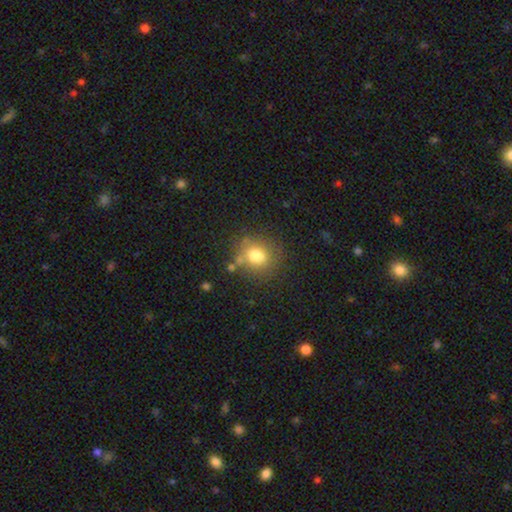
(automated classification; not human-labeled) smooth_or_featured: smooth (p=0.78) [alt: star or artifact p=0.12]
how_rounded: round (p=0.62) [alt: in between p=0.37]
merging: none (p=0.67) [alt: minor disturbance p=0.17]